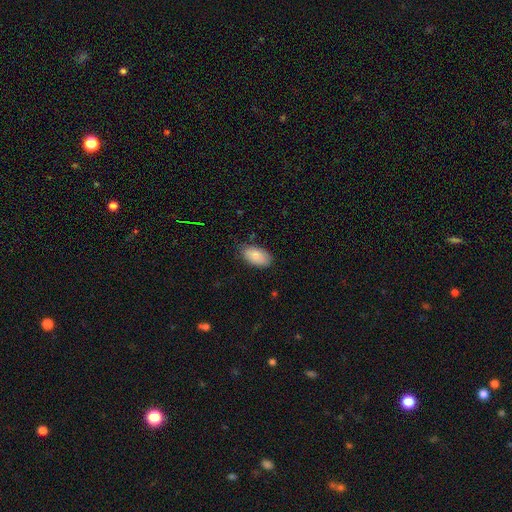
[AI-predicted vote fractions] A smooth galaxy with no disk features (84%) that is in between round and cigar-shaped (94%). Merging: none (75%).